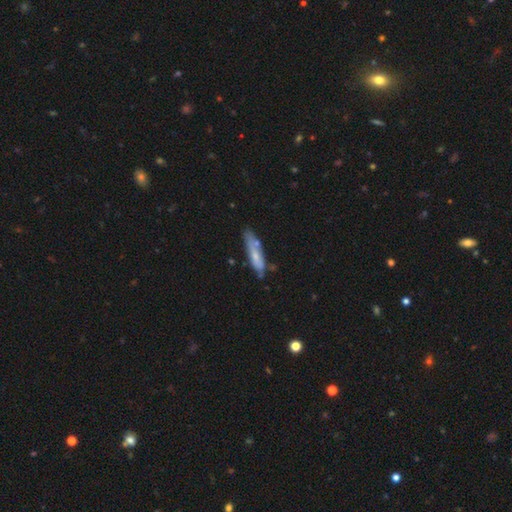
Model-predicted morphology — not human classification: A smooth galaxy with no disk features (58%) that is cigar-shaped (77%). Merging: none (59%).